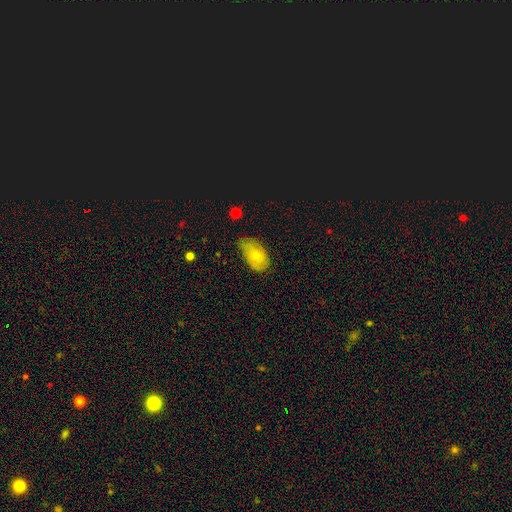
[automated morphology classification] Smooth or featured? smooth (63%)
How rounded? in between (90%)
Merging? none (55%)